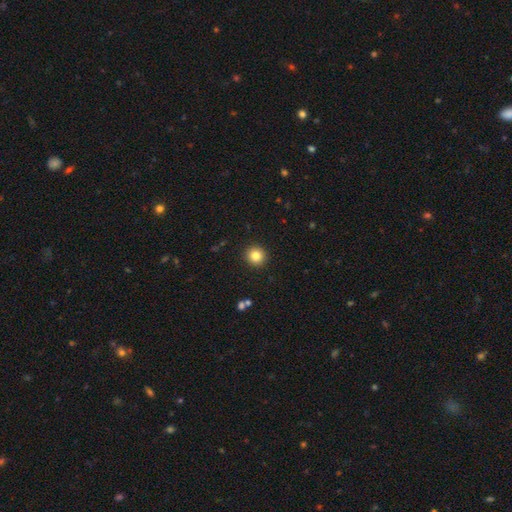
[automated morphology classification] A smooth galaxy with no disk features (83%) that is round (94%).

Vote fractions:
- Smooth or featured? smooth: 83% / star or artifact: 11% / featured or disk: 6%
- How rounded? round: 94% / in between: 5% / cigar-shaped: 1%
- Merging? none: 92% / minor disturbance: 5% / major disturbance: 2% / merger: 1%